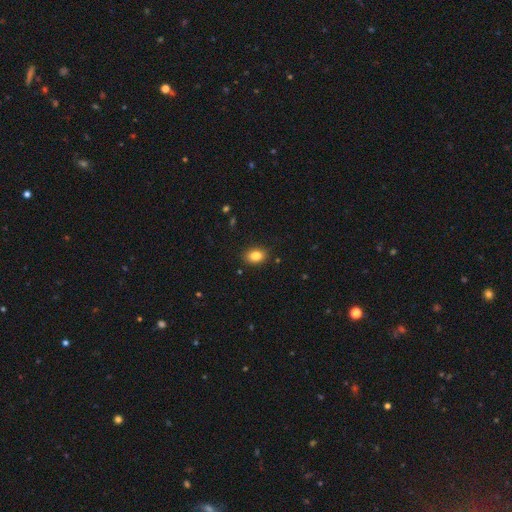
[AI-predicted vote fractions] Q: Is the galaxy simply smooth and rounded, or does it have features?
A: smooth — 85%.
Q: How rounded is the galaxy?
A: in between — 76%.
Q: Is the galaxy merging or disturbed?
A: none — 88%.